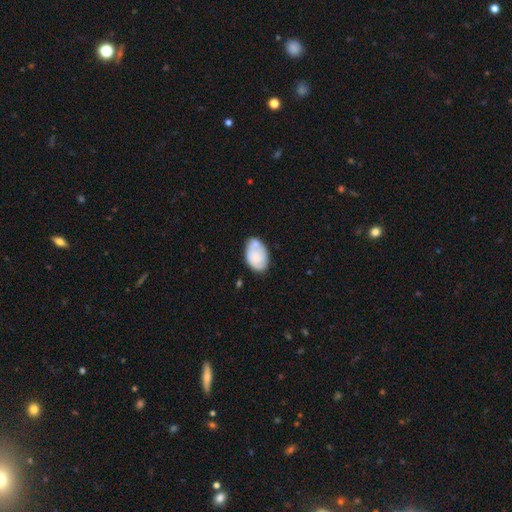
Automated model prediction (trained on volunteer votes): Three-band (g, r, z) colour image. It shows a smooth galaxy with no disk features (70%) that is in between round and cigar-shaped (89%). Merging: none (54%).